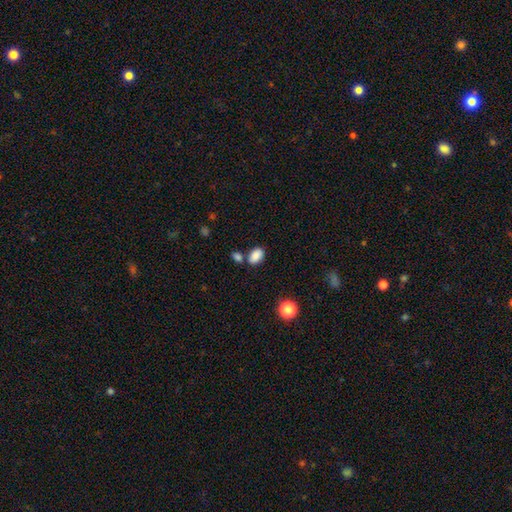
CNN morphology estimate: This is clearly a smooth galaxy (87%). How rounded: clearly in between (87%). Merging: likely none (65%).